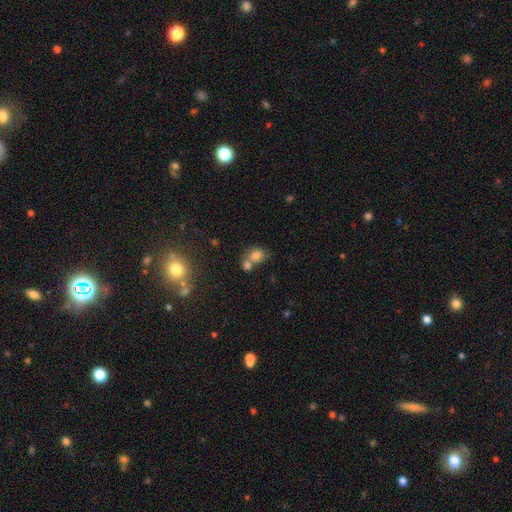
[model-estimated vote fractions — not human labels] smooth-or-featured: smooth: 74% | featured or disk: 13% | star or artifact: 13%
  how-rounded: round: 66% | in between: 33% | cigar-shaped: 1%
  merging: merger: 50% | none: 36% | minor disturbance: 10% | major disturbance: 4%